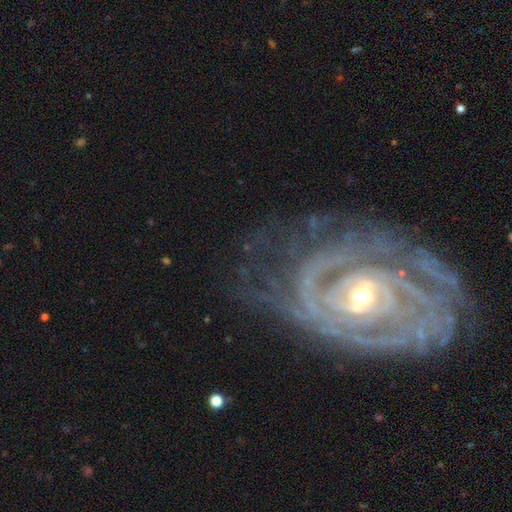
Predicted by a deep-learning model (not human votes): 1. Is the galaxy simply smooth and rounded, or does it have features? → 87% featured or disk, 7% star or artifact, 6% smooth.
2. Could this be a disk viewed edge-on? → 95% no, 5% yes.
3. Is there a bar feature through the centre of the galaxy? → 57% no, 27% weak, 16% strong.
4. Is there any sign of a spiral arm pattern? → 93% yes, 7% no.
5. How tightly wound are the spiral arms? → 78% tight, 17% medium, 5% loose.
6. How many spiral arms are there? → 36% can't tell, 19% 2, 15% 3, 12% 4, 11% more than 4, 7% 1.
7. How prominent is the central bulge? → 48% small, 47% moderate, 3% large, 1% none, 1% dominant.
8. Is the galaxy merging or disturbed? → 64% none, 19% minor disturbance, 14% major disturbance, 2% merger.